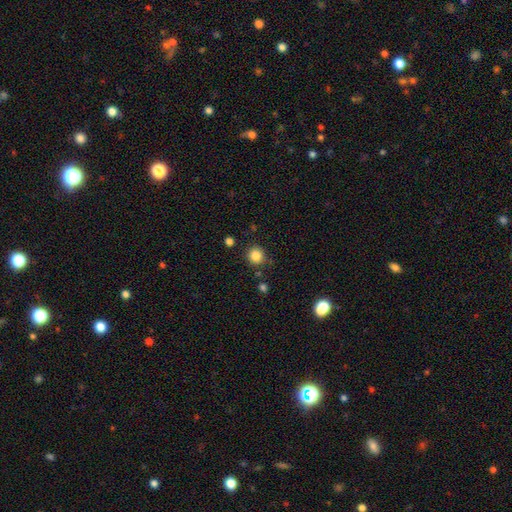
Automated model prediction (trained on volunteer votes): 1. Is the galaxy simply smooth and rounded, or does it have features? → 85% smooth, 11% star or artifact, 4% featured or disk.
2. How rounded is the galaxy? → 88% round, 11% in between, 1% cigar-shaped.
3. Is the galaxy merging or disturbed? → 84% none, 9% minor disturbance, 4% merger, 3% major disturbance.